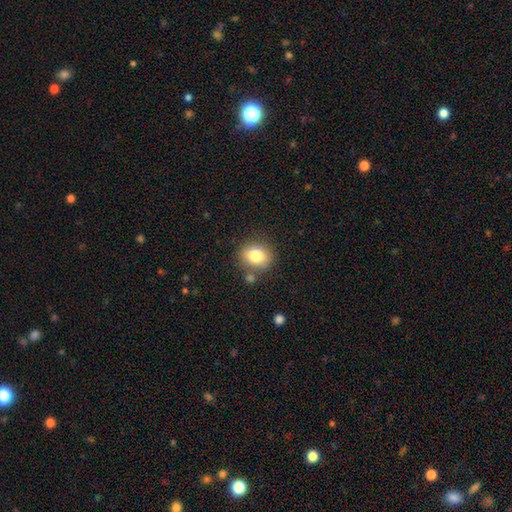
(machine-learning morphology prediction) This is clearly a smooth galaxy (80%). How rounded: possibly round (59%). Merging: likely none (74%).